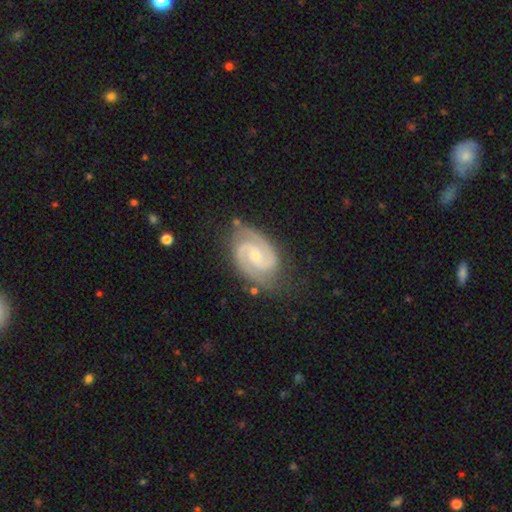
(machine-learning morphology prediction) smooth-or-featured: featured or disk: 92% | star or artifact: 4% | smooth: 4%
  disk-edge-on: no: 98% | yes: 2%
    bar: no: 47% | weak: 41% | strong: 11%
    has-spiral-arms: yes: 99% | no: 1%
      spiral-winding: tight: 48% | medium: 46% | loose: 6%
      spiral-arm-count: 2: 93% | 3: 2% | can't tell: 2% | 1: 1% | 4: 1% | more than 4: 1%
    bulge-size: small: 60% | moderate: 33% | none: 4% | large: 1% | dominant: 1%
  merging: none: 77% | minor disturbance: 17% | major disturbance: 4% | merger: 2%